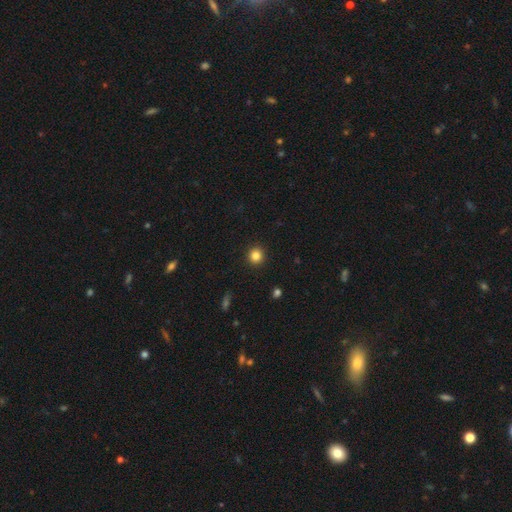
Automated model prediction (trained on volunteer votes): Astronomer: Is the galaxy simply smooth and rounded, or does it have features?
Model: smooth — 84%.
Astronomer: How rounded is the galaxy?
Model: round — 92%.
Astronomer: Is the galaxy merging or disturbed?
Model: none — 92%.